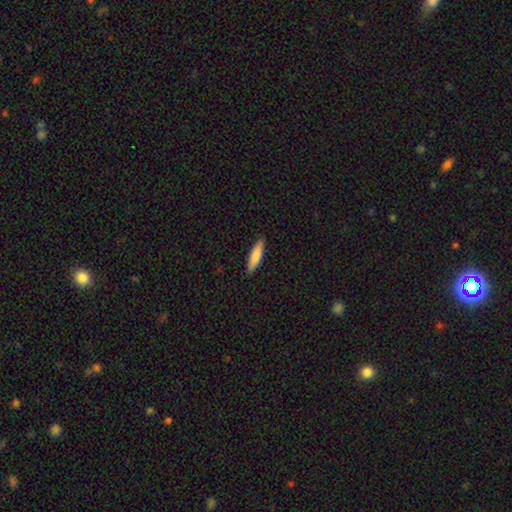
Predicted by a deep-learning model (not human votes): smooth 83%, featured or disk 12%, star or artifact 5%. Down the decision tree: how rounded — cigar-shaped (76%); merging — none (89%).